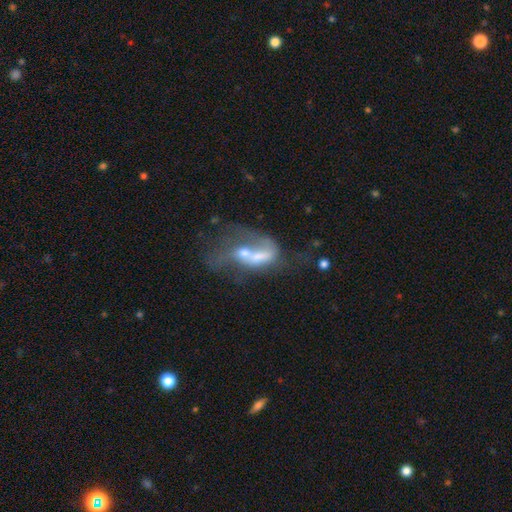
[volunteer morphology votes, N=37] This is likely a featured or disk galaxy (70%). It is clearly not viewed edge-on (100%). Bar: likely no (62%). Spiral arm pattern: possibly no (54%). Central bulge: likely moderate (62%). Merging: possibly merger (50%).